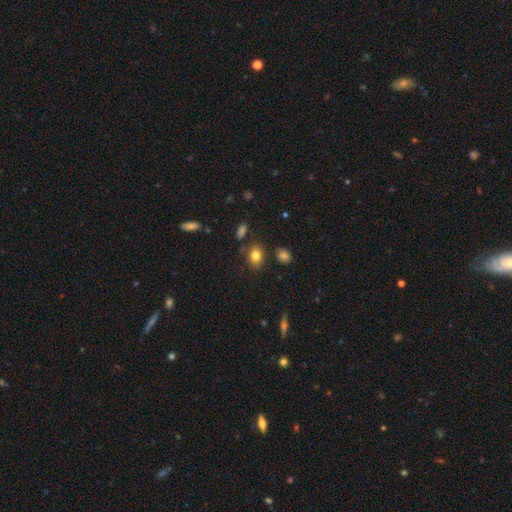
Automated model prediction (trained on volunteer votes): This is clearly a smooth galaxy (81%). How rounded: likely in between (65%). Merging: likely none (79%).